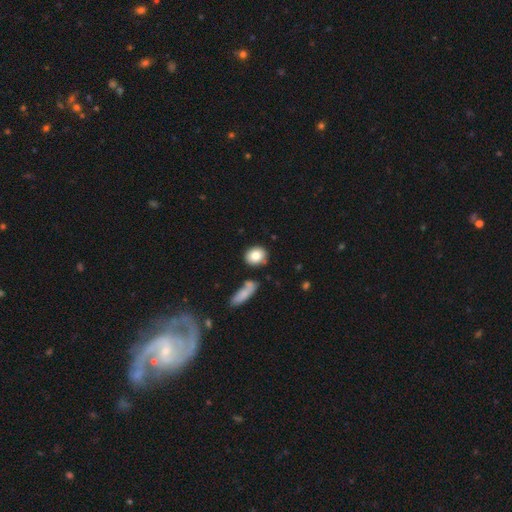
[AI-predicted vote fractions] A smooth galaxy with no disk features (83%) that is round (65%).

Vote fractions:
- Smooth or featured? smooth: 83% / featured or disk: 9% / star or artifact: 8%
- How rounded? round: 65% / in between: 32% / cigar-shaped: 2%
- Merging? none: 76% / minor disturbance: 12% / merger: 9% / major disturbance: 3%